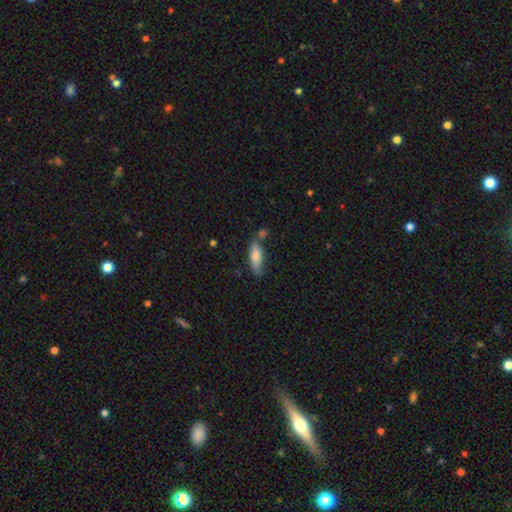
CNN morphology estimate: Smooth or featured? smooth (74%)
How rounded? in between (66%)
Merging? none (53%)